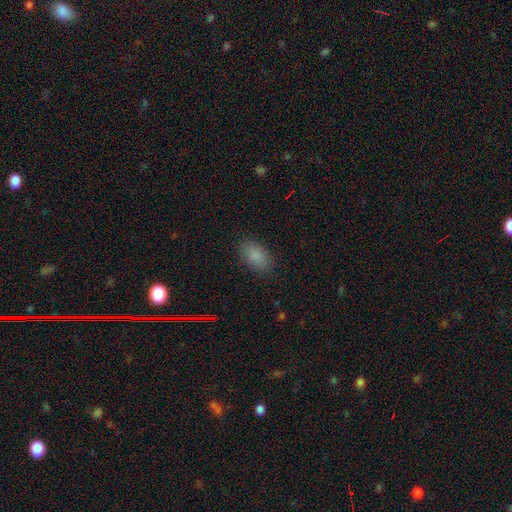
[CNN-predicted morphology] Q: Smooth or featured?
A: smooth (86%); runner-up: star or artifact (10%)
Q: How rounded?
A: in between (91%); runner-up: round (7%)
Q: Merging?
A: none (87%); runner-up: minor disturbance (10%)